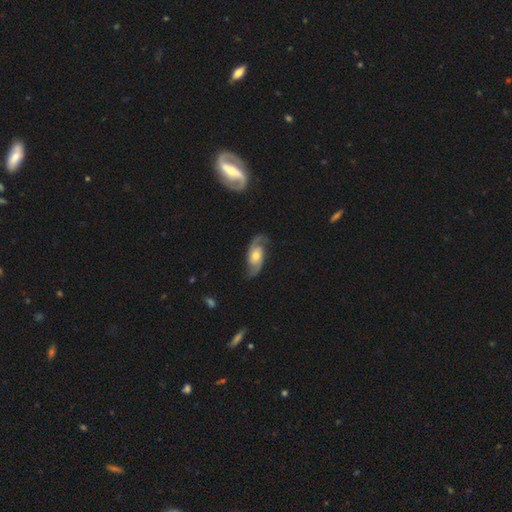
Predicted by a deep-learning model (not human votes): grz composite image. It shows a featured or disk galaxy (81%) with no bar (65%), 2 (90%) medium (44%) spiral arms (95%) and a moderate central bulge (63%). Merging: none (76%).